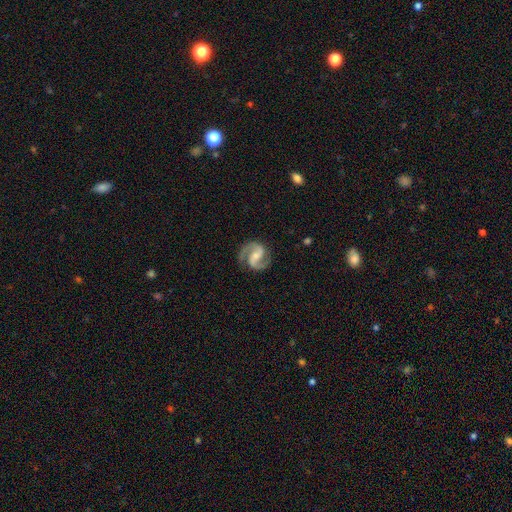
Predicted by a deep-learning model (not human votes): This is clearly a featured or disk galaxy (93%). It is clearly not viewed edge-on (98%). Bar: marginally weak (42%). Spiral arm pattern: clearly yes (98%). Spiral arm count: clearly 2 (94%). Spiral winding: likely medium (63%). Central bulge: possibly small (51%). Merging: clearly none (85%).